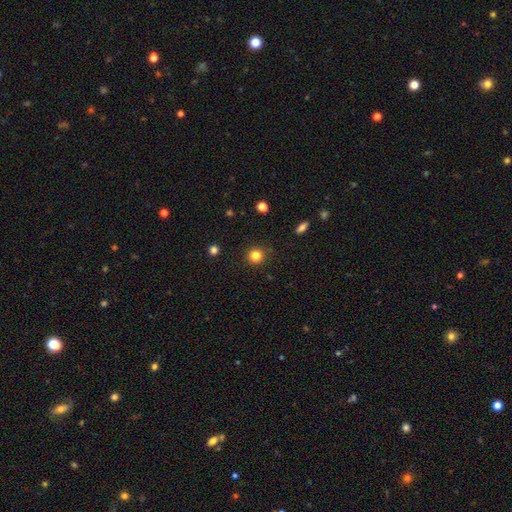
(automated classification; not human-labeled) A smooth galaxy with no disk features (83%) that is round (93%).

Vote fractions:
- Smooth or featured? smooth: 83% / star or artifact: 12% / featured or disk: 5%
- How rounded? round: 93% / in between: 6% / cigar-shaped: 1%
- Merging? none: 89% / minor disturbance: 7% / major disturbance: 2% / merger: 1%